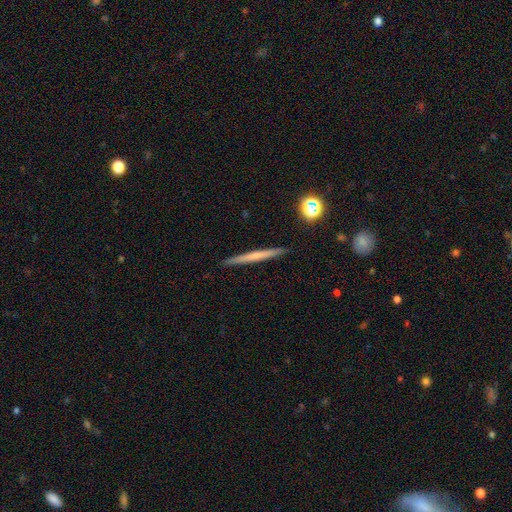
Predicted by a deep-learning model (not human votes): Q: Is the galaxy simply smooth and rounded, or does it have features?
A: smooth — 50%.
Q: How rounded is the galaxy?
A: cigar-shaped — 96%.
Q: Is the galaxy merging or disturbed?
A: none — 92%.